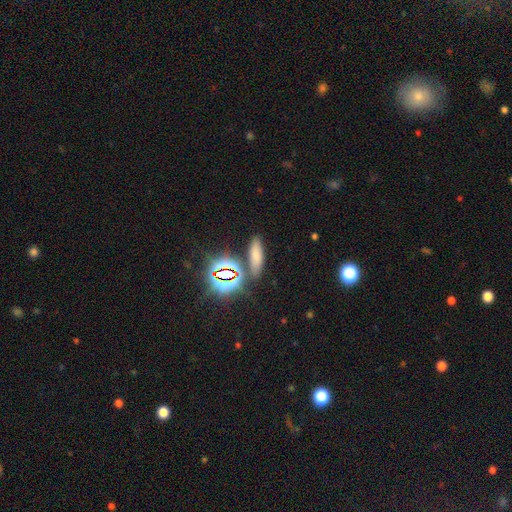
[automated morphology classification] Smooth or featured? smooth (62%)
How rounded? in between (47%)
Merging? none (80%)